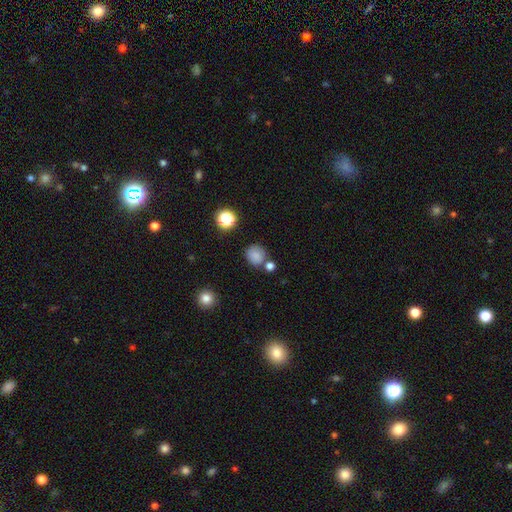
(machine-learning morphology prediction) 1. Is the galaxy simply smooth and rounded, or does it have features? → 82% smooth, 12% star or artifact, 6% featured or disk.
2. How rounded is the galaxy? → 80% round, 19% in between, 1% cigar-shaped.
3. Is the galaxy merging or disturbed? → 71% none, 13% minor disturbance, 13% merger, 4% major disturbance.